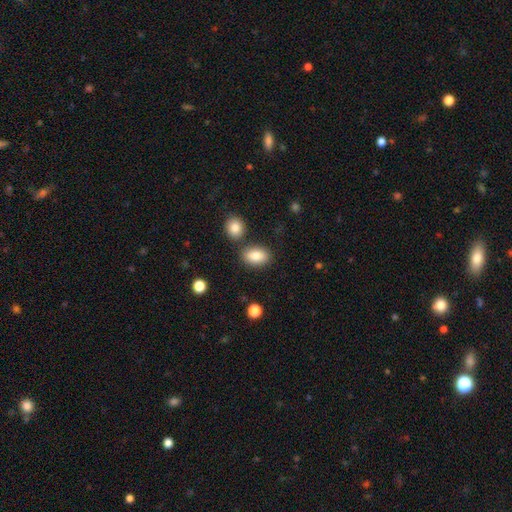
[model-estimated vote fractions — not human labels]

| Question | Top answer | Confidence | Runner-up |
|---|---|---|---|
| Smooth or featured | smooth | 85% | featured or disk (8%) |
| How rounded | in between | 88% | round (10%) |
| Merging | none | 76% | merger (11%) |